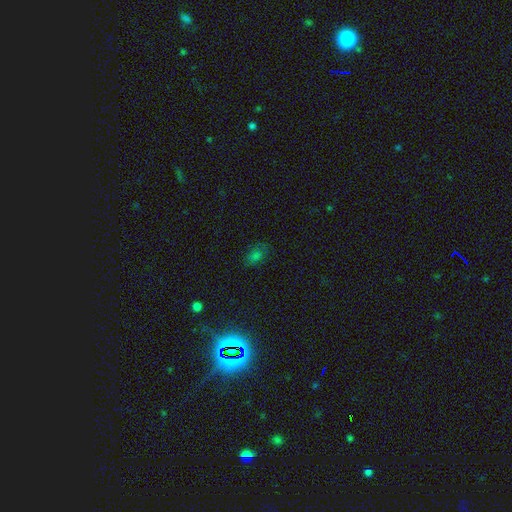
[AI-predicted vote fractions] smooth-or-featured: smooth: 55% | star or artifact: 35% | featured or disk: 10%
  how-rounded: in between: 77% | round: 20% | cigar-shaped: 3%
  merging: none: 74% | minor disturbance: 17% | major disturbance: 7% | merger: 2%